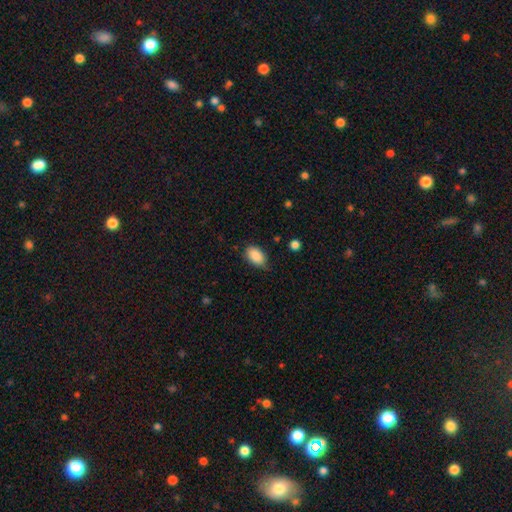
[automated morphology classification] smooth 88%, star or artifact 7%, featured or disk 5%. Down the decision tree: how rounded — in between (90%); merging — none (67%).